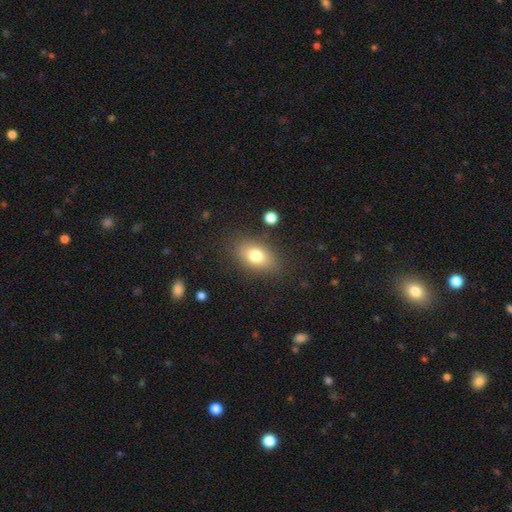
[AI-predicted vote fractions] The model was most divided on "smooth or featured": smooth: 77%, featured or disk: 13%, star or artifact: 10%. More confident: how rounded — in between (83%); merging — none (82%).